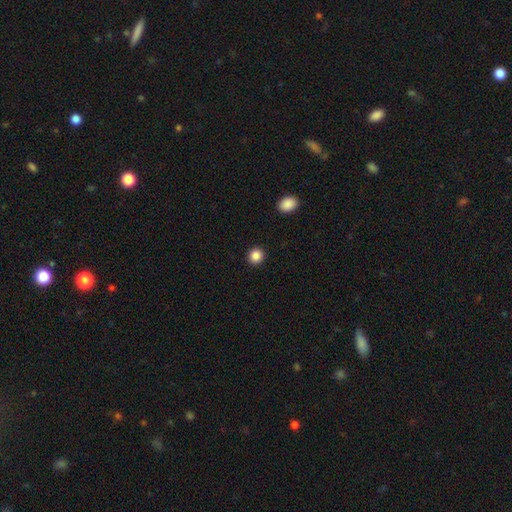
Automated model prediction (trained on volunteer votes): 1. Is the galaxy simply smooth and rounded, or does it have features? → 86% smooth, 10% star or artifact, 3% featured or disk.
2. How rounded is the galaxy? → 91% round, 8% in between, 1% cigar-shaped.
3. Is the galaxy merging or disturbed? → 93% none, 5% minor disturbance, 2% major disturbance, 1% merger.